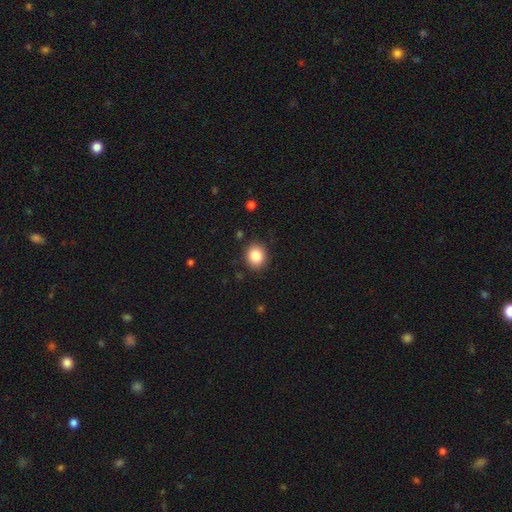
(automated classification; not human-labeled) Q: Smooth or featured?
A: smooth (85%); runner-up: star or artifact (9%)
Q: How rounded?
A: round (67%); runner-up: in between (32%)
Q: Merging?
A: none (89%); runner-up: minor disturbance (8%)